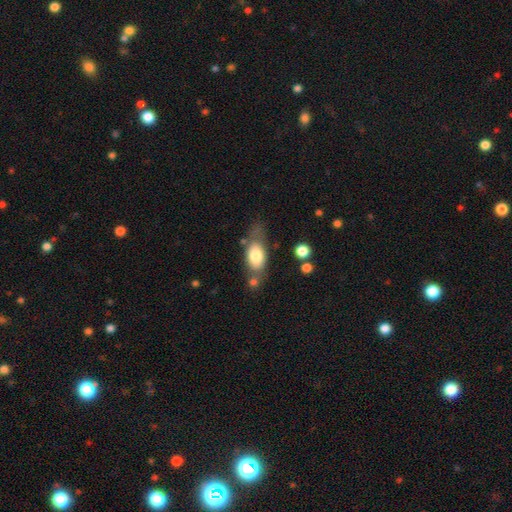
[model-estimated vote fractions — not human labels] A smooth galaxy with no disk features (74%) that is in between round and cigar-shaped (86%). Merging: none (53%).